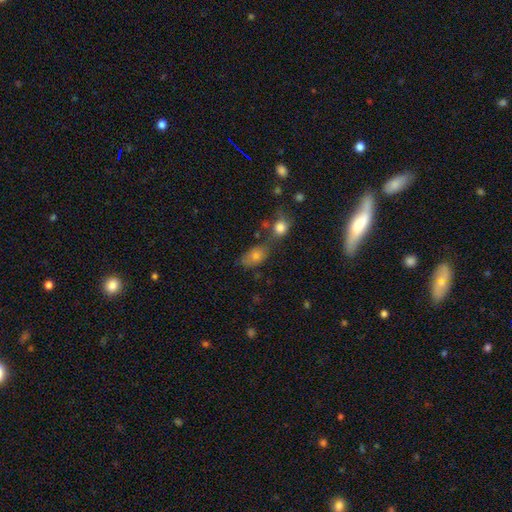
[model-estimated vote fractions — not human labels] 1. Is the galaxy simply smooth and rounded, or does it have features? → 67% smooth, 18% featured or disk, 15% star or artifact.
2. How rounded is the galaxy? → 79% in between, 17% round, 3% cigar-shaped.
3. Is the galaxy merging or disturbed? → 44% none, 29% merger, 18% minor disturbance, 9% major disturbance.